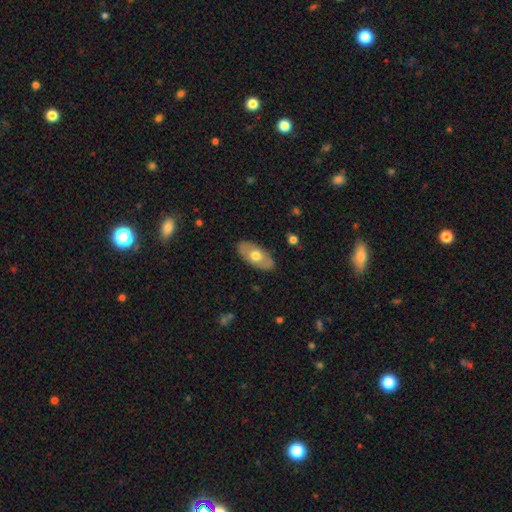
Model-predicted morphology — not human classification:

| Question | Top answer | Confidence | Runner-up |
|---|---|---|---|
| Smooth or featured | smooth | 58% | featured or disk (37%) |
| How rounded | in between | 91% | cigar-shaped (4%) |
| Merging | none | 86% | minor disturbance (11%) |